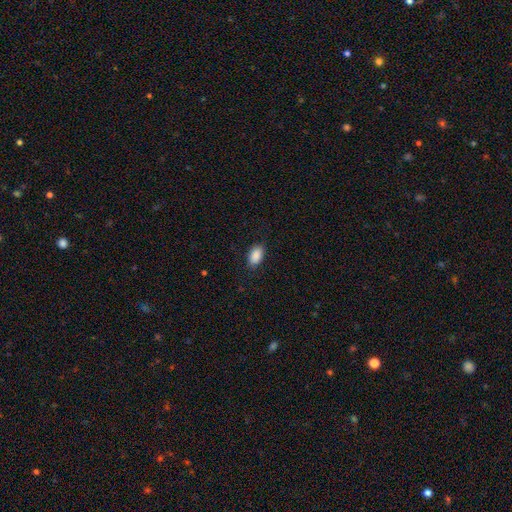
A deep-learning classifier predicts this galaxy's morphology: Smooth or featured?
  - smooth: 89% *
  - star or artifact: 7%
  - featured or disk: 4%
How rounded?
  - in between: 93% *
  - round: 6%
  - cigar-shaped: 2%
Merging?
  - none: 85% *
  - minor disturbance: 11%
  - major disturbance: 3%
  - merger: 1%